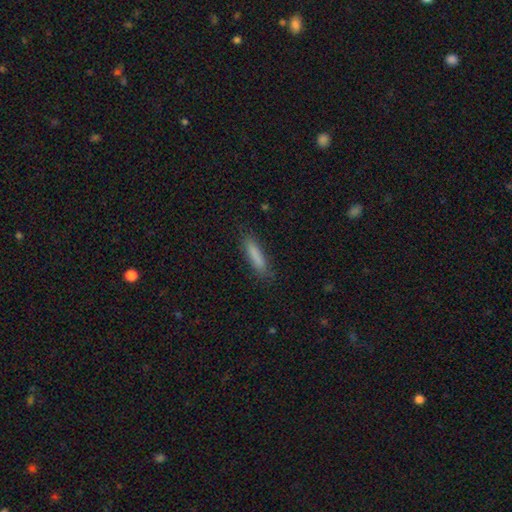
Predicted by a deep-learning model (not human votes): smooth 84%, featured or disk 10%, star or artifact 7%. Down the decision tree: how rounded — cigar-shaped (83%); merging — none (84%).